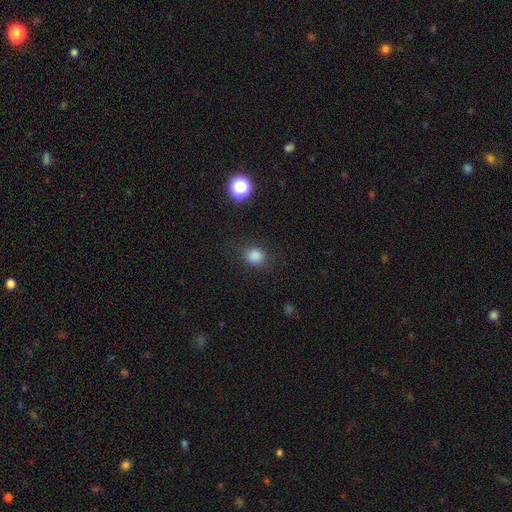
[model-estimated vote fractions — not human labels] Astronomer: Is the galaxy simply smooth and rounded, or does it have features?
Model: smooth — 84%.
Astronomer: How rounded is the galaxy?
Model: round — 67%.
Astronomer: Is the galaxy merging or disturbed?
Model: none — 82%.